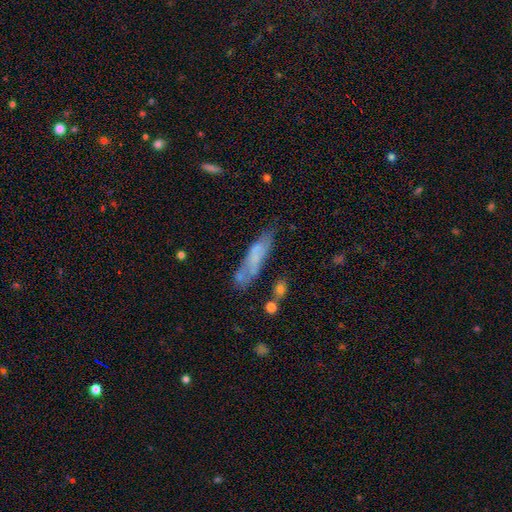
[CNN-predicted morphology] A smooth galaxy with no disk features (56%) that is cigar-shaped (67%).

Vote fractions:
- Smooth or featured? smooth: 56% / featured or disk: 36% / star or artifact: 9%
- How rounded? cigar-shaped: 67% / in between: 31% / round: 2%
- Merging? none: 51% / minor disturbance: 26% / major disturbance: 13% / merger: 10%